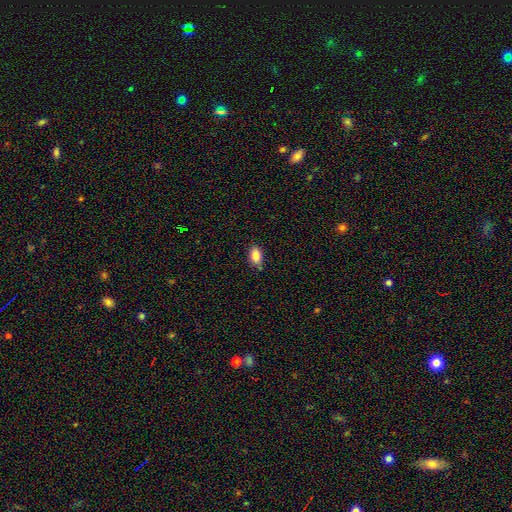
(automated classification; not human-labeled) Overall: smooth (85%). How rounded: in between (89%). Merging: none (78%).